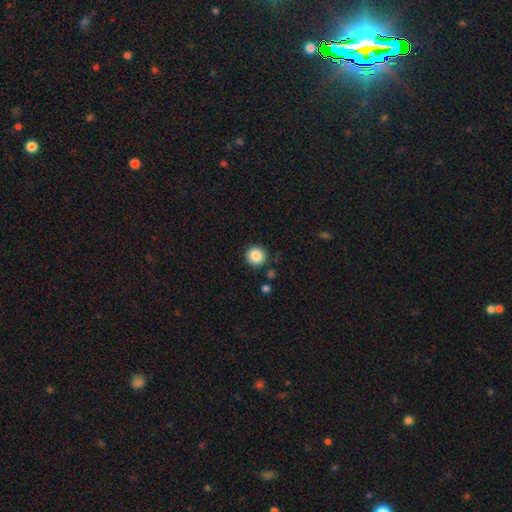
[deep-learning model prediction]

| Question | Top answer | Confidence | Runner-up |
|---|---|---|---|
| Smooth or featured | smooth | 87% | star or artifact (9%) |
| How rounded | round | 94% | in between (5%) |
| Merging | none | 89% | minor disturbance (6%) |